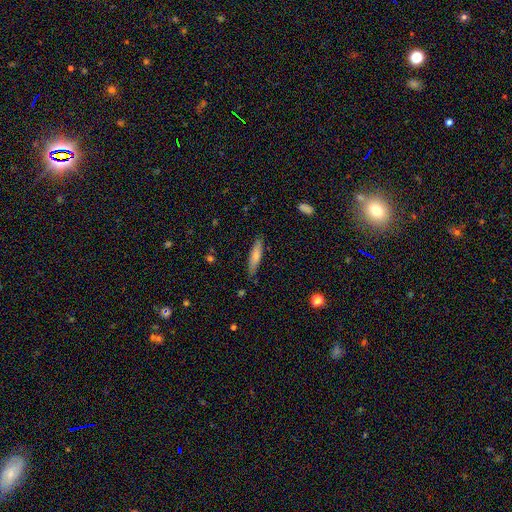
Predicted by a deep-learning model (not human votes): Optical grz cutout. It shows a smooth galaxy with no disk features (72%) that is cigar-shaped (82%). Merging: none (84%).